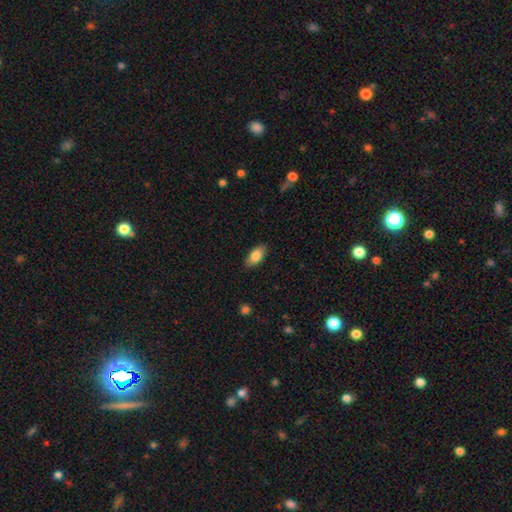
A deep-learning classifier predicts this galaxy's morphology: Smooth or featured: smooth — 85% (featured or disk — 8%)
How rounded: in between — 91% (cigar-shaped — 6%)
Merging: none — 87% (minor disturbance — 9%)